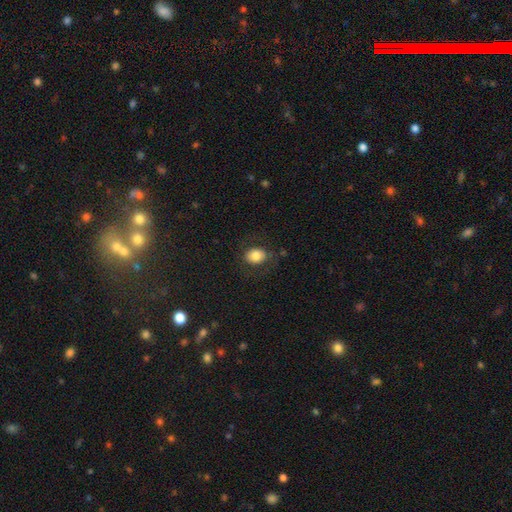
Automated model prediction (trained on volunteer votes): Morphology: type=smooth (79%); roundness=in between (57%); merging=none (79%).